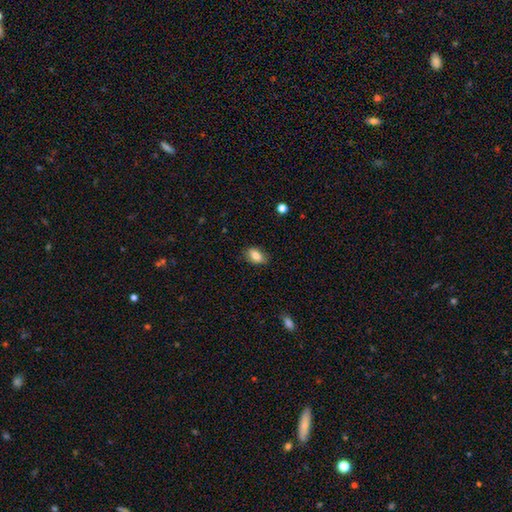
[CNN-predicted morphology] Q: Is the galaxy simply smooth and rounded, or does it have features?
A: smooth — 83%.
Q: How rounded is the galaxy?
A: in between — 86%.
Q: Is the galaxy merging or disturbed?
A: none — 80%.